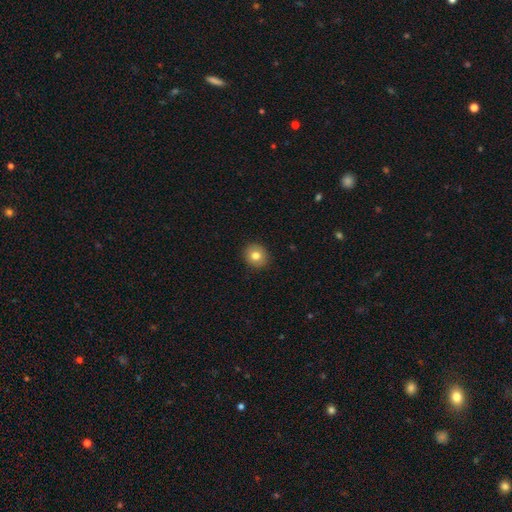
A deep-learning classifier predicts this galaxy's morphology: type=smooth (79%); roundness=round (88%); merging=none (92%).